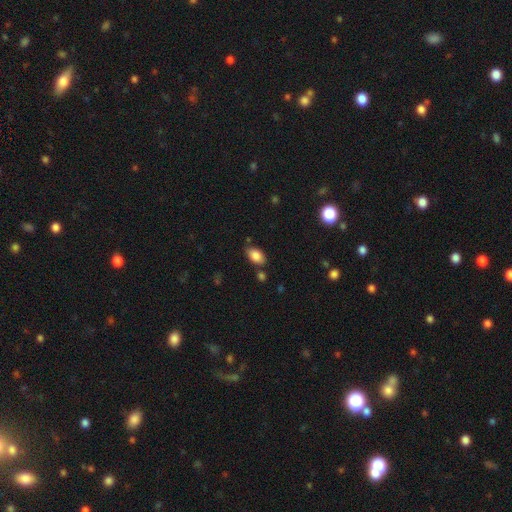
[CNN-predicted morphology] Smooth or featured? Predicted: smooth (p=0.85). How rounded? Predicted: in between (p=0.91). Merging? Predicted: none (p=0.77).